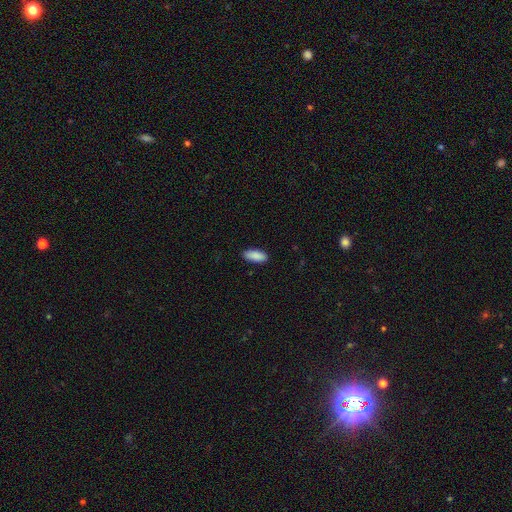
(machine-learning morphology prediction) Smooth or featured?
  - smooth: 90% *
  - star or artifact: 6%
  - featured or disk: 4%
How rounded?
  - in between: 83% *
  - cigar-shaped: 15%
  - round: 2%
Merging?
  - none: 88% *
  - minor disturbance: 9%
  - major disturbance: 2%
  - merger: 1%